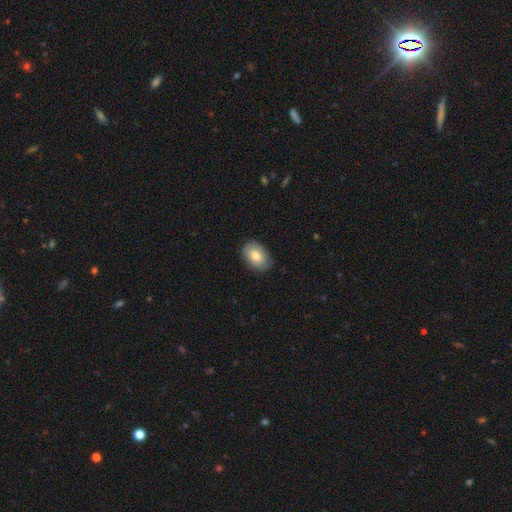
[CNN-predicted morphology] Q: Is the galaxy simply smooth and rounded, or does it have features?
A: smooth — 77%.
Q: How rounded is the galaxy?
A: in between — 87%.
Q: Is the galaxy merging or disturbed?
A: none — 84%.